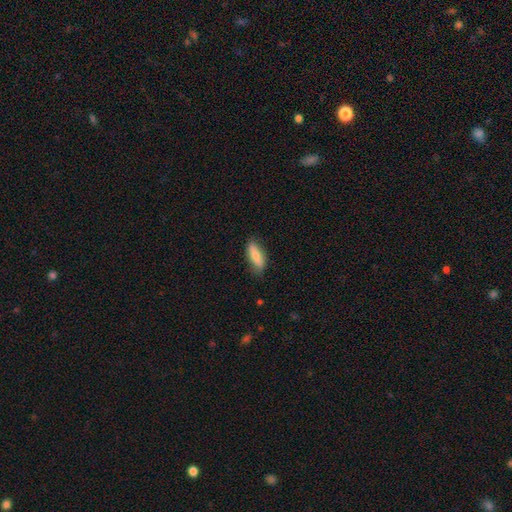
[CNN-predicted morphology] smooth 76%, featured or disk 18%, star or artifact 6%. Down the decision tree: how rounded — in between (63%); merging — none (76%).